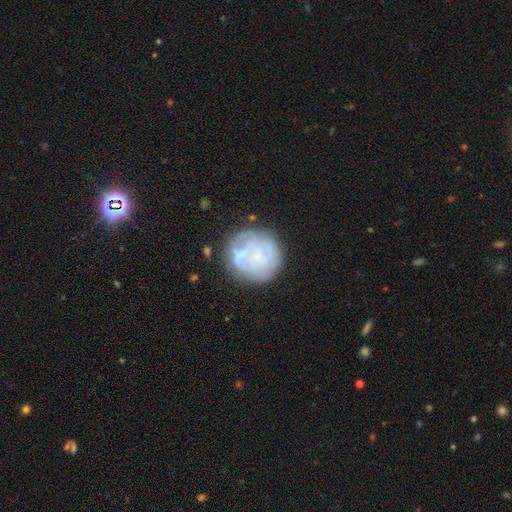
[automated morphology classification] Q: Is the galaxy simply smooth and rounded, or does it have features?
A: featured or disk — 52%.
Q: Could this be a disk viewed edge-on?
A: no — 98%.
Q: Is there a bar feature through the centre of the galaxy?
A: no — 71%.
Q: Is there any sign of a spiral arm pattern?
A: no — 57%.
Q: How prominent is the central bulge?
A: none — 49%.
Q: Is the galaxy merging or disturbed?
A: none — 71%.